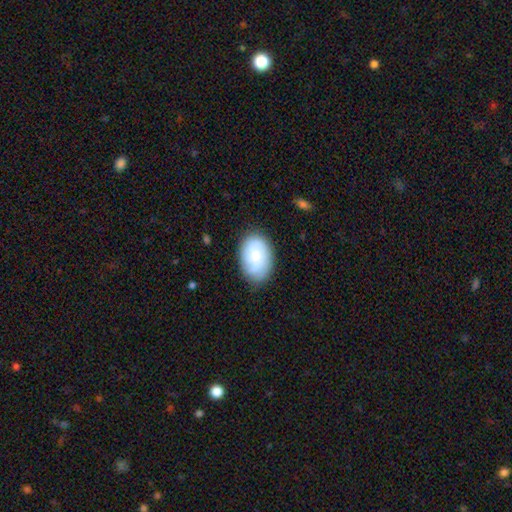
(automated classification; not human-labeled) smooth-or-featured: featured or disk: 50% | smooth: 44% | star or artifact: 7%
  merging: none: 76% | minor disturbance: 18% | major disturbance: 5% | merger: 1%